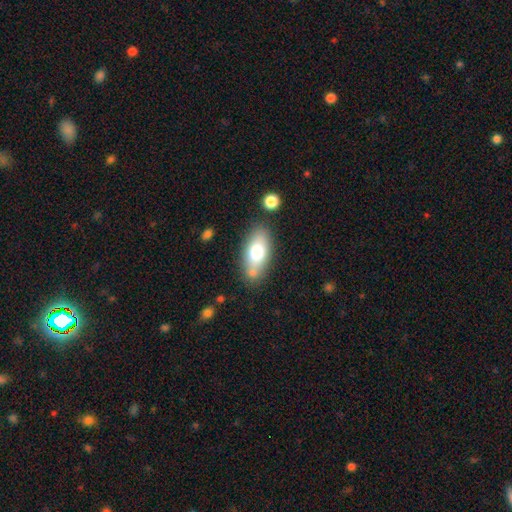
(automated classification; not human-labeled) A smooth galaxy with no disk features (65%) that is in between round and cigar-shaped (84%).

Vote fractions:
- Smooth or featured? smooth: 65% / featured or disk: 26% / star or artifact: 9%
- How rounded? in between: 84% / cigar-shaped: 12% / round: 3%
- Merging? none: 79% / minor disturbance: 13% / merger: 5% / major disturbance: 3%